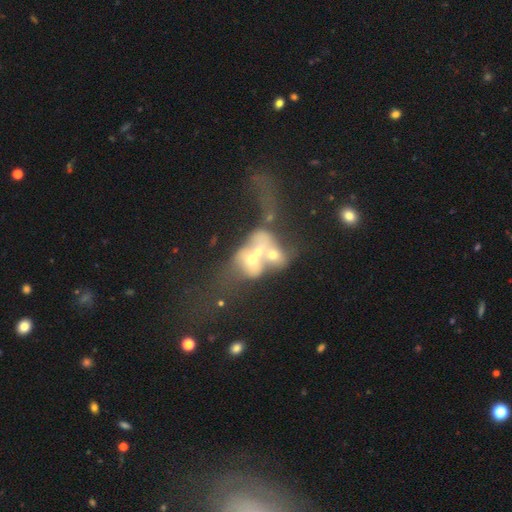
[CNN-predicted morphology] This is possibly a featured or disk galaxy (55%). It is clearly not viewed edge-on (95%). Bar: clearly no (84%). Spiral arm pattern: clearly no (83%). Central bulge: possibly moderate (47%). Merging: likely merger (71%).